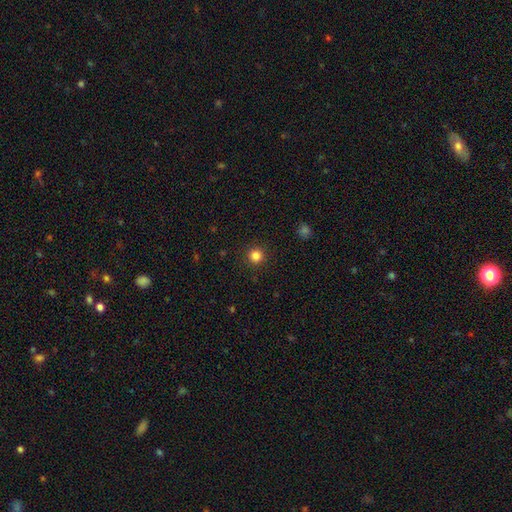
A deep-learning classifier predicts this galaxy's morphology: type=smooth (83%); roundness=round (95%); merging=none (92%).